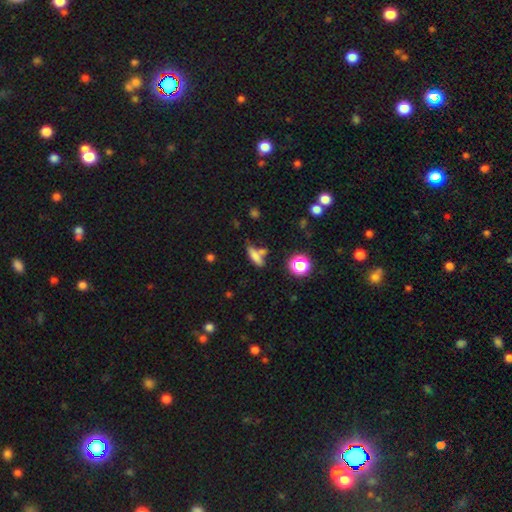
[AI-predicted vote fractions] smooth-or-featured: smooth: 69% | featured or disk: 16% | star or artifact: 14%
  how-rounded: cigar-shaped: 52% | in between: 41% | round: 7%
  merging: none: 49% | merger: 24% | minor disturbance: 19% | major disturbance: 8%